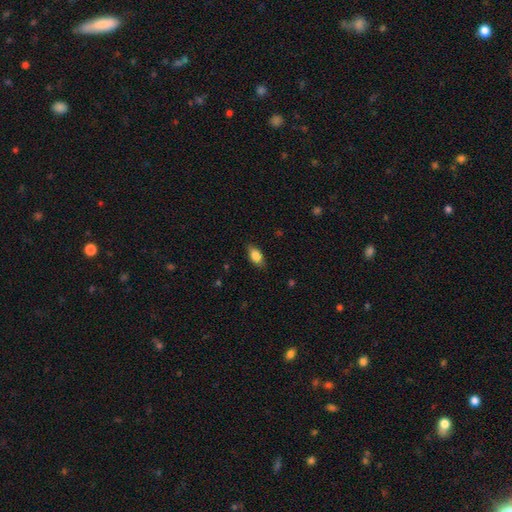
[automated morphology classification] This is clearly a smooth galaxy (84%). How rounded: clearly in between (89%). Merging: clearly none (83%).